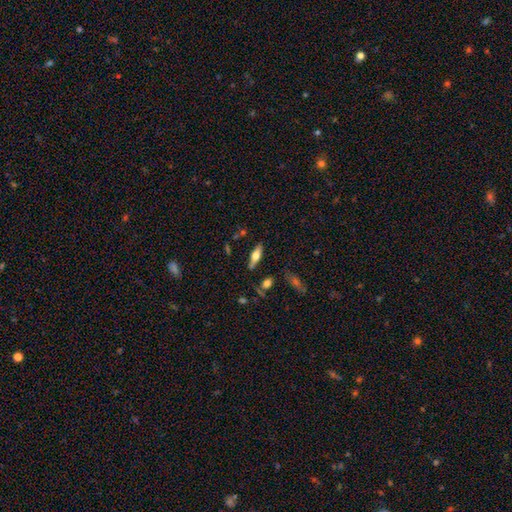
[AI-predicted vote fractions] smooth_or_featured: featured or disk (p=0.46) [tied with: smooth p=0.46]
merging: none (p=0.83) [alt: minor disturbance p=0.11]